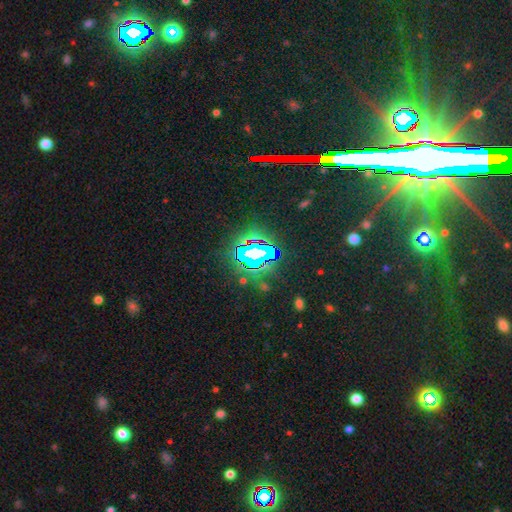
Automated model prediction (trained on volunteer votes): Smooth or featured?
  - star or artifact: 75% *
  - smooth: 13%
  - featured or disk: 11%